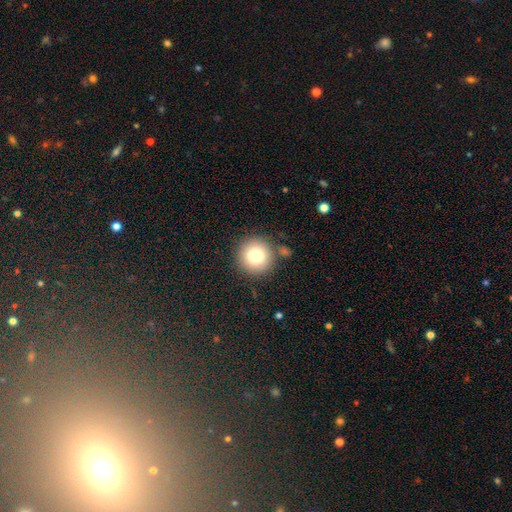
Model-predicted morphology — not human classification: The model was most divided on "smooth or featured": smooth: 79%, star or artifact: 10%, featured or disk: 10%. More confident: how rounded — round (95%); merging — none (84%).